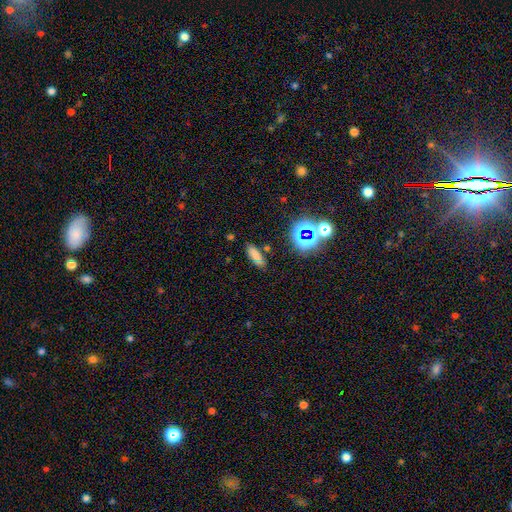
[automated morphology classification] Overall: smooth (66%). How rounded: in between (69%). Merging: none (74%).